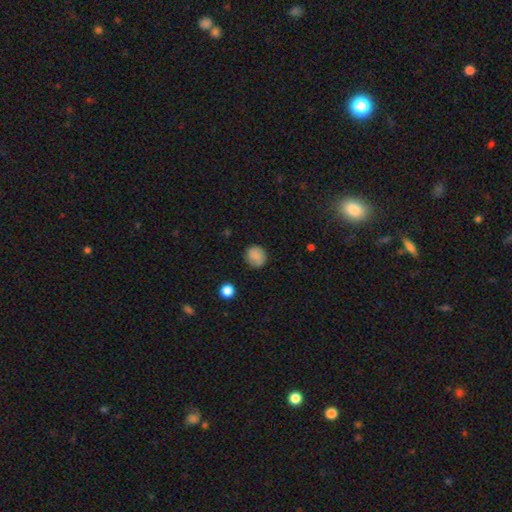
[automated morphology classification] Smooth or featured? Predicted: smooth (p=0.82). How rounded? Predicted: round (p=0.83). Merging? Predicted: none (p=0.82).